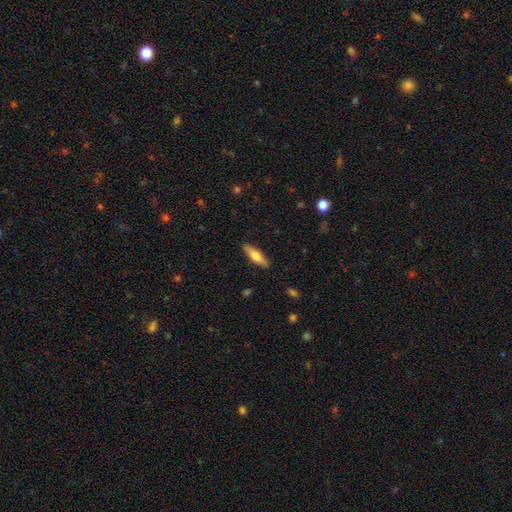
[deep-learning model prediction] The model was most divided on "how rounded": cigar-shaped: 60%, in between: 38%, round: 2%. More confident: merging — none (88%); smooth or featured — smooth (60%).